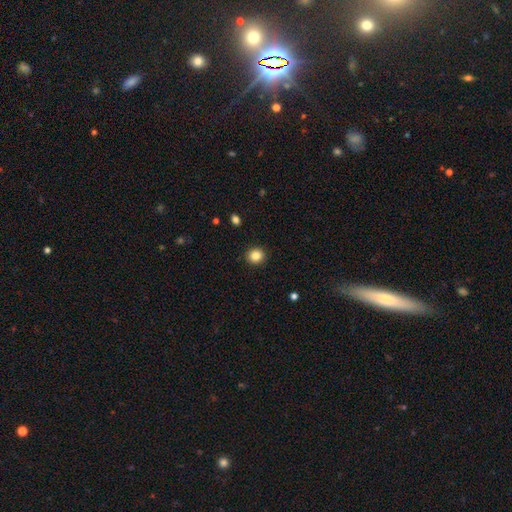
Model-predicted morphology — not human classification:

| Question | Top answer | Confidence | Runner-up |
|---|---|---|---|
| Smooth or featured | smooth | 85% | star or artifact (10%) |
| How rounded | round | 88% | in between (11%) |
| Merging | none | 92% | minor disturbance (5%) |